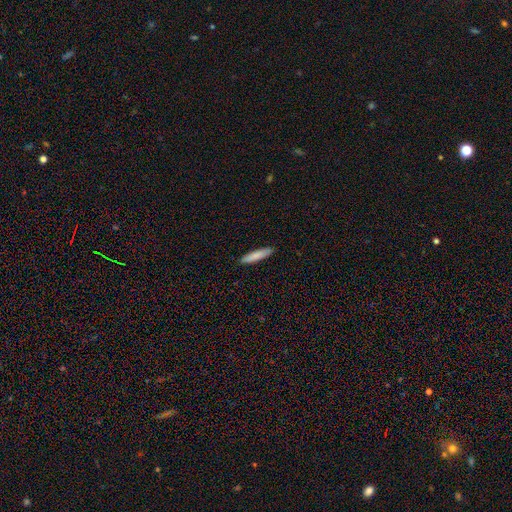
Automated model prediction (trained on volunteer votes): This appears to be a smooth galaxy with no disk features (84%) that is cigar-shaped (88%). Merging: none (91%).